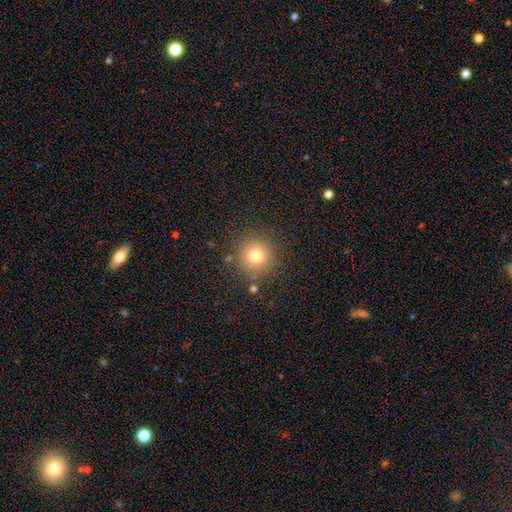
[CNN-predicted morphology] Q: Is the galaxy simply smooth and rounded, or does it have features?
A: smooth — 76%.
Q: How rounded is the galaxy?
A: round — 95%.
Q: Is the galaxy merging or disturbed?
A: none — 86%.